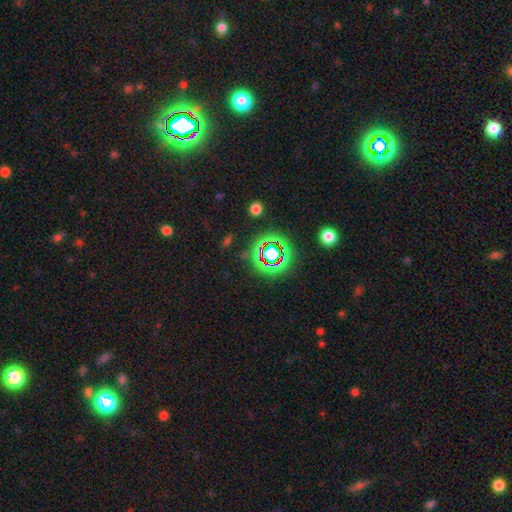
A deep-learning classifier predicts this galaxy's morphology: Q: Smooth or featured?
A: star or artifact (62%); runner-up: smooth (23%)